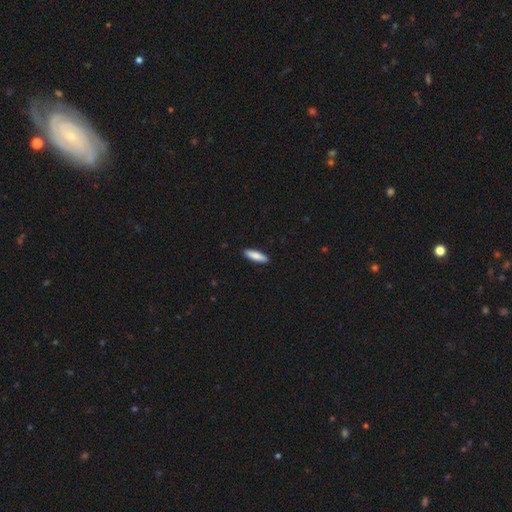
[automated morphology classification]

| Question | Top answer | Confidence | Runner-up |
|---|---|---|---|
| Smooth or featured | smooth | 83% | featured or disk (11%) |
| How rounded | cigar-shaped | 63% | in between (36%) |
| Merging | none | 91% | minor disturbance (7%) |